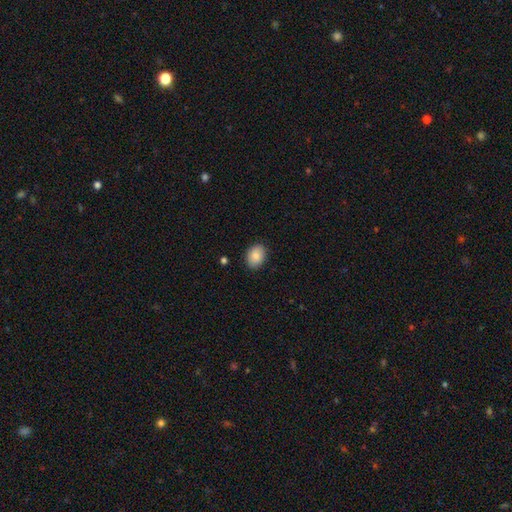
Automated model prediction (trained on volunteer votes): This is clearly a smooth galaxy (86%). How rounded: likely in between (72%). Merging: clearly none (87%).